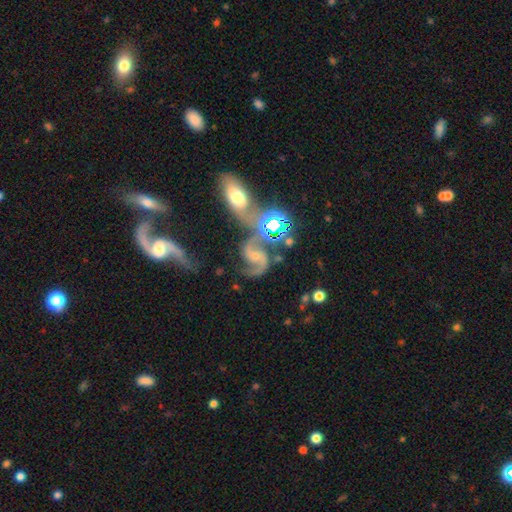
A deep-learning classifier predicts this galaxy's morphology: Q: Smooth or featured?
A: featured or disk (86%); runner-up: star or artifact (8%)
Q: Edge-on disk?
A: no (98%); runner-up: yes (2%)
Q: Bar?
A: no (52%); runner-up: weak (35%)
Q: Spiral arms?
A: yes (97%); runner-up: no (3%)
Q: Spiral winding?
A: medium (48%); runner-up: loose (43%)
Q: Spiral arm count?
A: 2 (93%); runner-up: 1 (2%)
Q: Bulge size?
A: small (61%); runner-up: moderate (29%)
Q: Merging?
A: none (47%); runner-up: merger (24%)